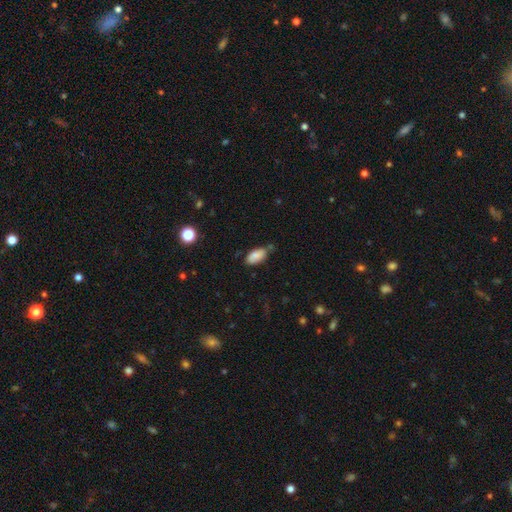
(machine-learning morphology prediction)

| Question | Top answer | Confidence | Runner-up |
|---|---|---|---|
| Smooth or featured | smooth | 80% | featured or disk (12%) |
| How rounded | in between | 93% | cigar-shaped (4%) |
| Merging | none | 64% | minor disturbance (25%) |